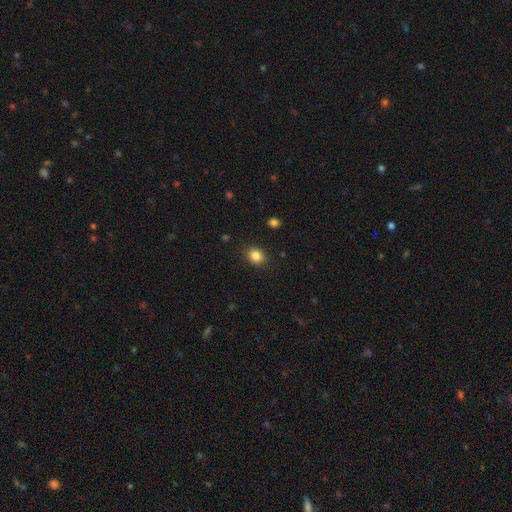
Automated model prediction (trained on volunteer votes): This is clearly a smooth galaxy (85%). How rounded: possibly round (58%). Merging: clearly none (88%).